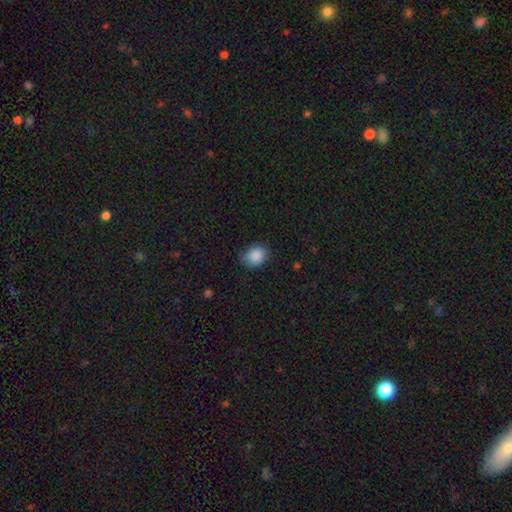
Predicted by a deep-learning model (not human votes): smooth_or_featured: smooth (p=0.88) [alt: star or artifact p=0.08]
how_rounded: round (p=0.57) [alt: in between p=0.42]
merging: none (p=0.74) [alt: minor disturbance p=0.21]